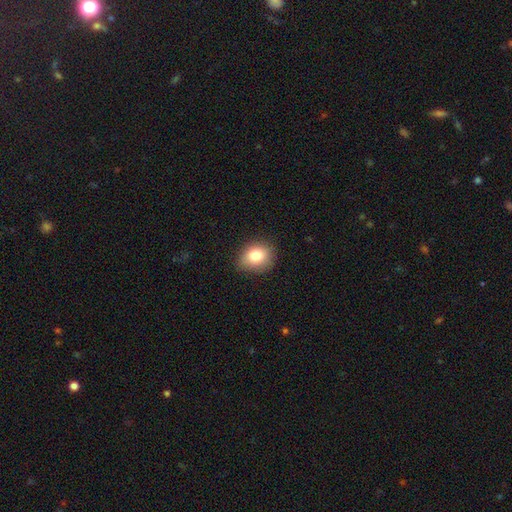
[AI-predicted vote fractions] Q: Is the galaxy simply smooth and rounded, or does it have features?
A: smooth — 81%.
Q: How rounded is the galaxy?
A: round — 57%.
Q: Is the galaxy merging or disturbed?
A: none — 83%.